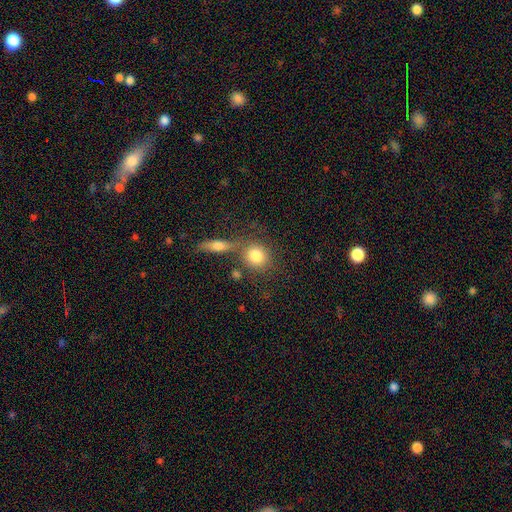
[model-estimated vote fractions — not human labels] Overall: smooth (81%). How rounded: round (78%). Merging: none (64%).